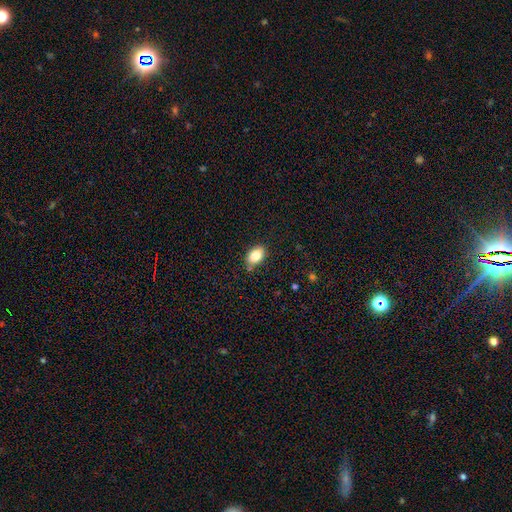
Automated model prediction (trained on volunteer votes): Smooth or featured? smooth (84%)
How rounded? in between (88%)
Merging? none (82%)